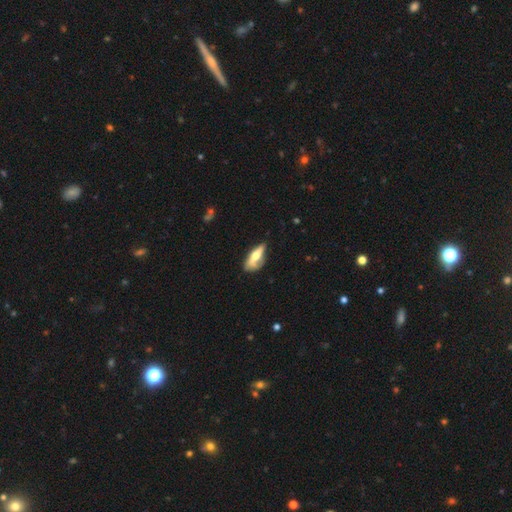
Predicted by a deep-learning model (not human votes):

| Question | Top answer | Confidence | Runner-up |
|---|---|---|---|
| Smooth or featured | smooth | 52% | featured or disk (41%) |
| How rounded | in between | 59% | cigar-shaped (38%) |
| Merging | none | 40% | minor disturbance (32%) |